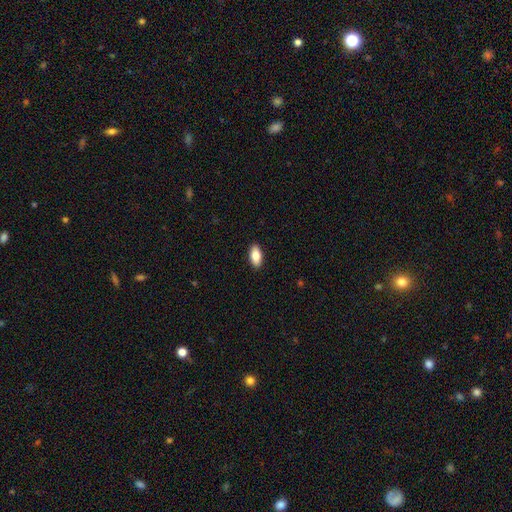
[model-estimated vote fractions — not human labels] Overall: smooth (84%). How rounded: in between (90%). Merging: none (91%).